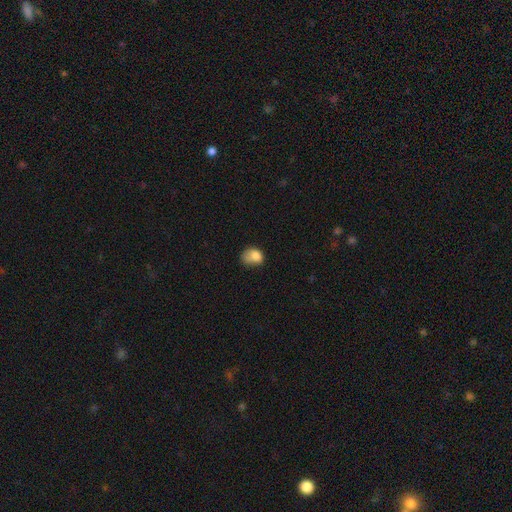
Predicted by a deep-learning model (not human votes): Overall: smooth (78%). How rounded: in between (66%; round 33%). Merging: minor disturbance (38%; none 31%).